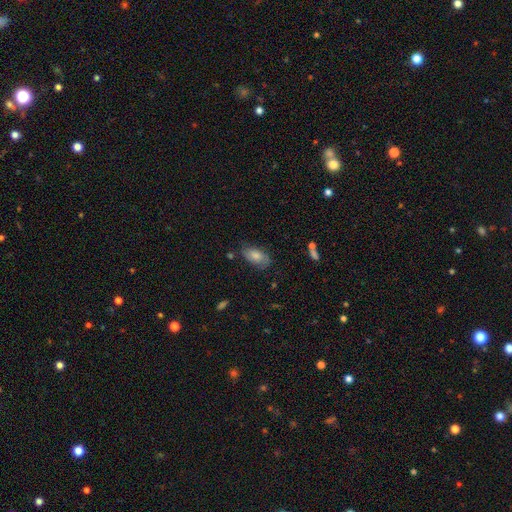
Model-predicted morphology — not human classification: Q: Smooth or featured?
A: smooth (69%); runner-up: featured or disk (23%)
Q: How rounded?
A: in between (92%); runner-up: round (5%)
Q: Merging?
A: none (67%); runner-up: minor disturbance (24%)